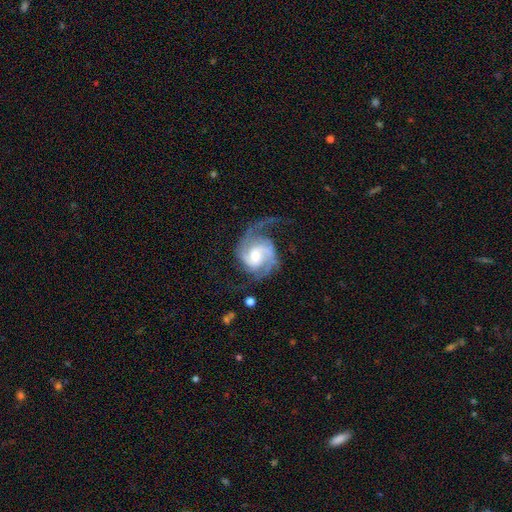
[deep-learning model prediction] Overall: featured or disk (91%). Edge-on disk: no (98%). Bar: no (46%; weak 42%). Spiral arms: yes (98%). Spiral arm count: 2 (68%). Spiral winding: medium (49%; tight 33%). Bulge size: moderate (57%; small 30%). Merging: none (55%; major disturbance 24%).